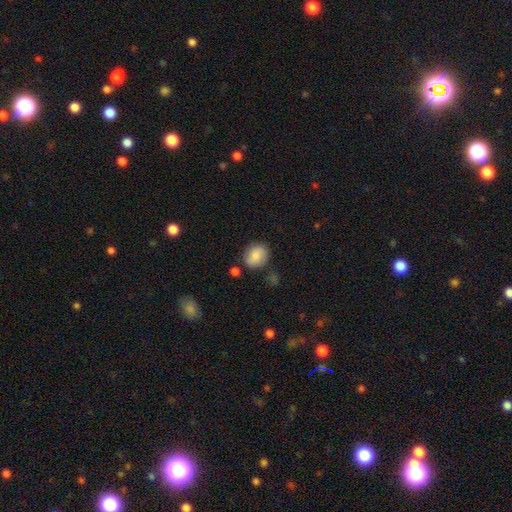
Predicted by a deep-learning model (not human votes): smooth 84%, featured or disk 8%, star or artifact 8%. Down the decision tree: how rounded — round (52%); merging — none (75%).